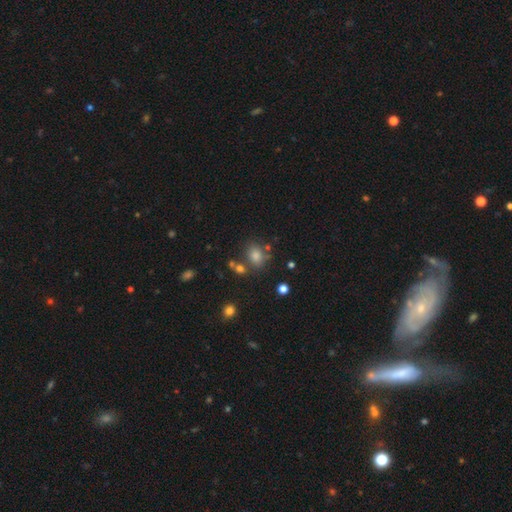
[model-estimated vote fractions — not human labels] Smooth or featured?
  - smooth: 74% *
  - star or artifact: 18%
  - featured or disk: 8%
How rounded?
  - round: 52% *
  - in between: 47%
  - cigar-shaped: 1%
Merging?
  - none: 69% *
  - minor disturbance: 14%
  - merger: 12%
  - major disturbance: 5%